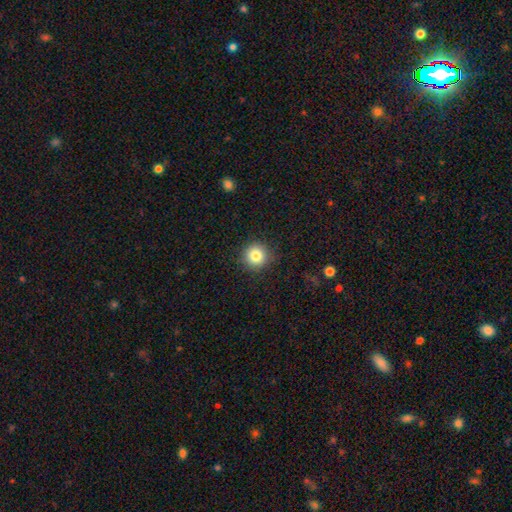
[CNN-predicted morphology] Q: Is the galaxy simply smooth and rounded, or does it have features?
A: smooth — 82%.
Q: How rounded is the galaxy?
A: round — 94%.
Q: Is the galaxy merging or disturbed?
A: none — 89%.